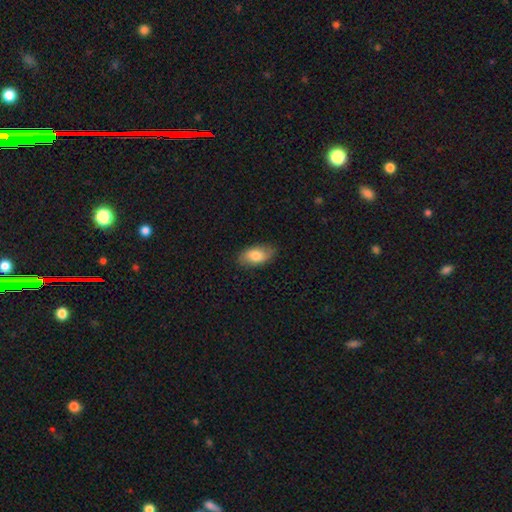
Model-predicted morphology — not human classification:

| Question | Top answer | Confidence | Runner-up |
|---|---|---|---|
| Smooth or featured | smooth | 76% | featured or disk (17%) |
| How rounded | in between | 92% | round (5%) |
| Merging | none | 79% | minor disturbance (17%) |